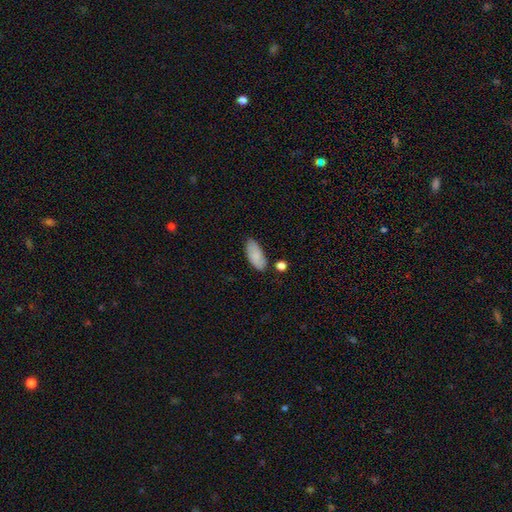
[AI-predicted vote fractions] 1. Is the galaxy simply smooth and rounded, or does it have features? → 83% smooth, 11% featured or disk, 7% star or artifact.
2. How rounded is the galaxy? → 89% in between, 9% cigar-shaped, 2% round.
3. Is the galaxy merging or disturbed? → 70% none, 20% minor disturbance, 6% merger, 4% major disturbance.